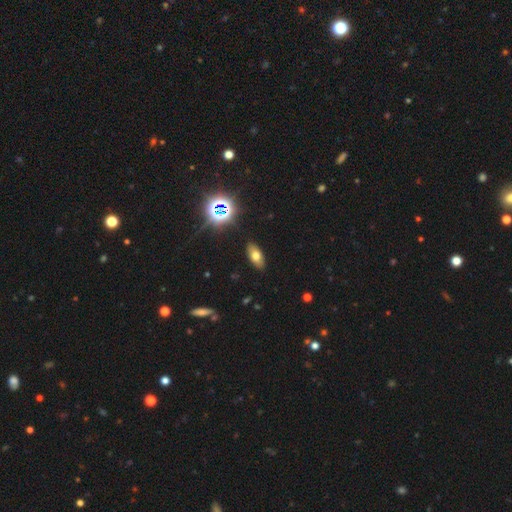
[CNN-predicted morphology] type=smooth (65%); roundness=in between (86%); merging=none (88%).